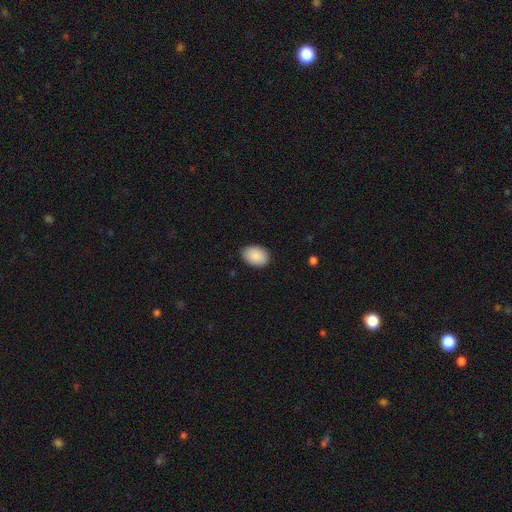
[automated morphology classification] Smooth or featured? smooth (89%)
How rounded? in between (82%)
Merging? none (87%)